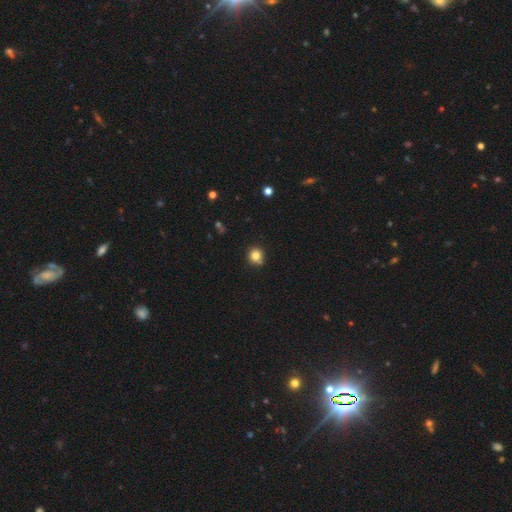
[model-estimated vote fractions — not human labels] Smooth or featured? Predicted: smooth (p=0.82). How rounded? Predicted: round (p=0.91). Merging? Predicted: none (p=0.82).